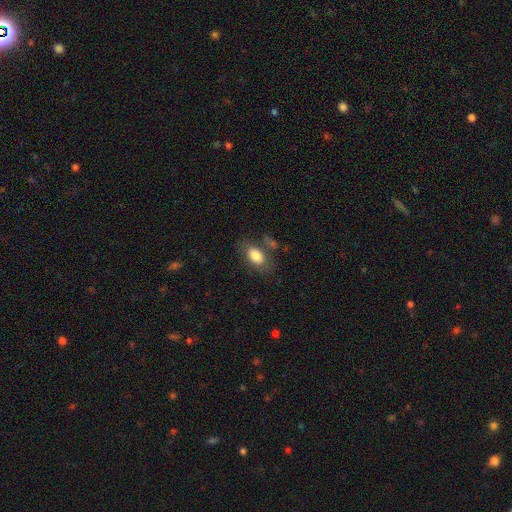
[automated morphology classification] A smooth galaxy with no disk features (81%) that is in between round and cigar-shaped (90%). Merging: none (68%).